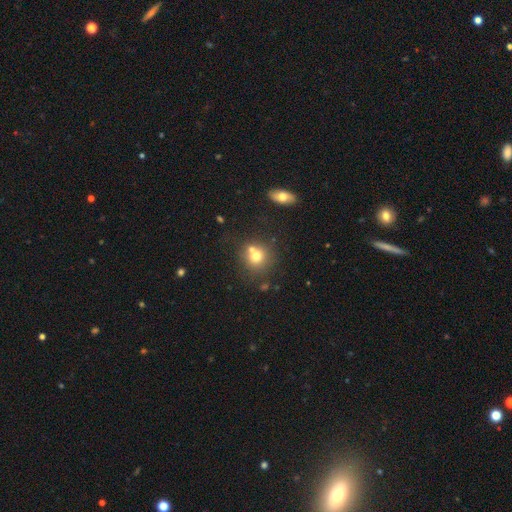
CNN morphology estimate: type=smooth (69%); roundness=round (85%); merging=none (52%).